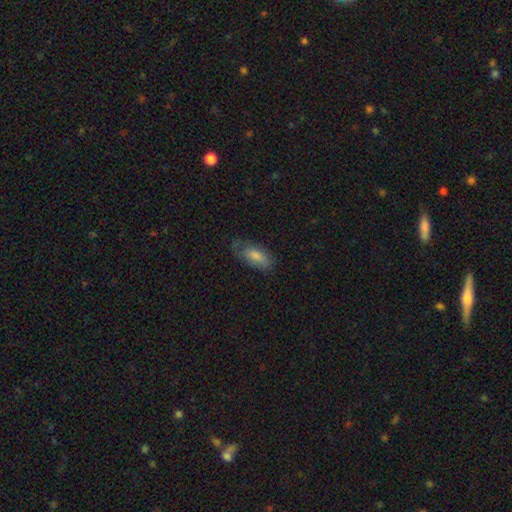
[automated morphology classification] Smooth or featured?
  - smooth: 65% *
  - featured or disk: 27%
  - star or artifact: 8%
How rounded?
  - in between: 83% *
  - cigar-shaped: 14%
  - round: 3%
Merging?
  - none: 60% *
  - minor disturbance: 28%
  - major disturbance: 10%
  - merger: 2%